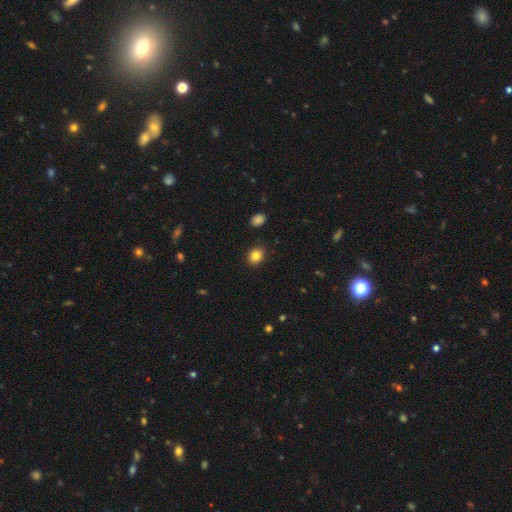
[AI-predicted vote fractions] Overall: smooth (85%). How rounded: round (60%; in between 39%). Merging: none (89%).